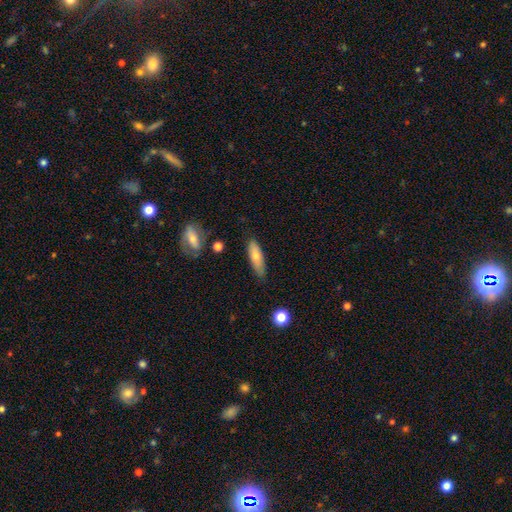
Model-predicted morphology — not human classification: Q: Smooth or featured?
A: smooth (72%); runner-up: featured or disk (21%)
Q: How rounded?
A: cigar-shaped (56%); runner-up: in between (42%)
Q: Merging?
A: none (79%); runner-up: minor disturbance (16%)